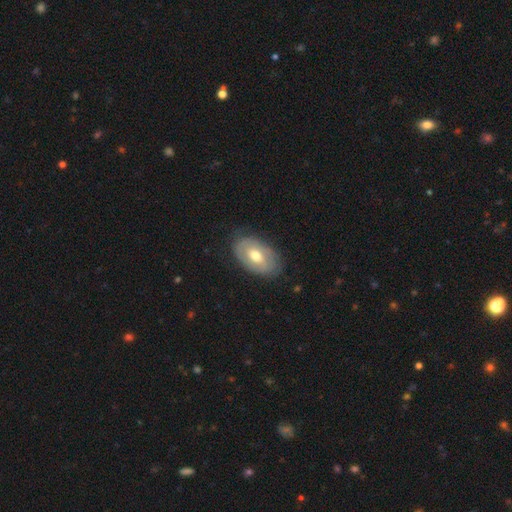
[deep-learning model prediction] This appears to be a featured or disk galaxy (54%). Merging: none (78%).